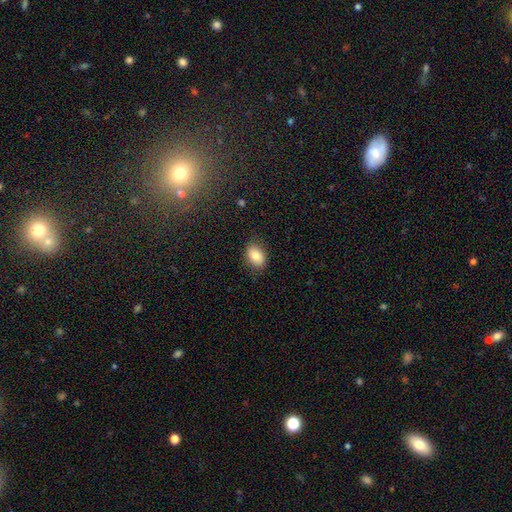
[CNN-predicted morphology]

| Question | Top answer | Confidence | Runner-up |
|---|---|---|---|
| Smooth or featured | smooth | 83% | featured or disk (9%) |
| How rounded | in between | 83% | round (16%) |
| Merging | none | 83% | minor disturbance (13%) |